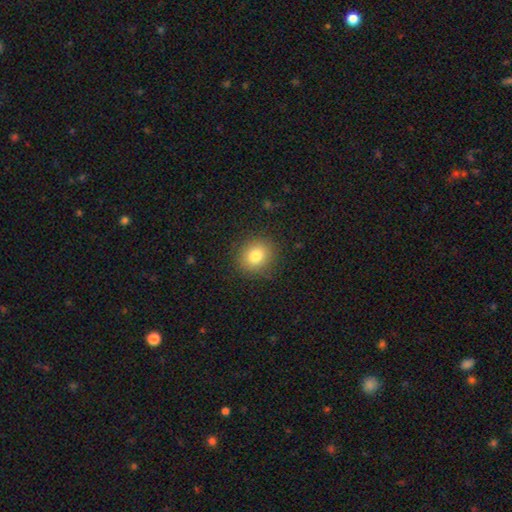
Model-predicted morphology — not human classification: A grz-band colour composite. It shows a smooth galaxy with no disk features (81%) that is round (81%). Merging: none (88%).